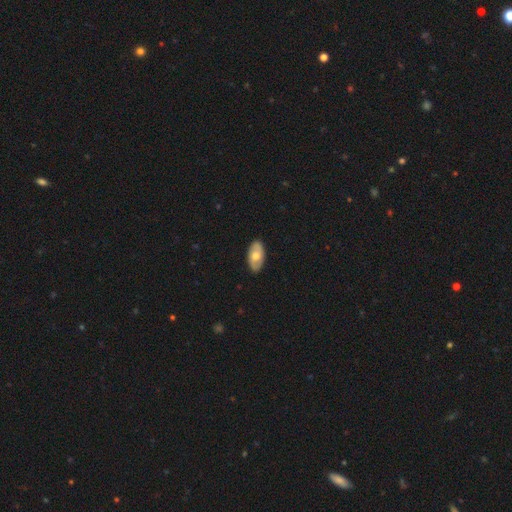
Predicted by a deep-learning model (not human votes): This is possibly a smooth galaxy (56%). How rounded: clearly in between (94%). Merging: clearly none (88%).